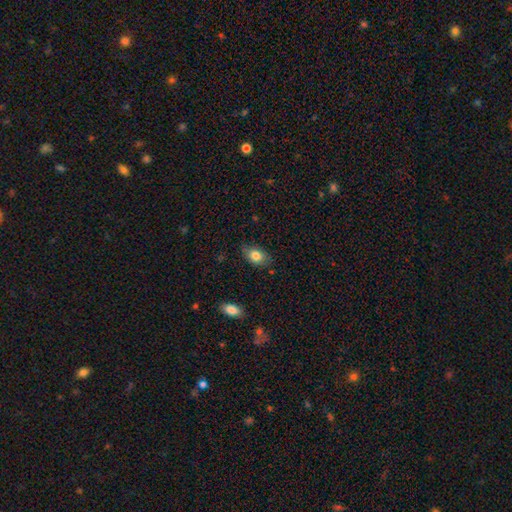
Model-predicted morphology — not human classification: type=smooth (81%); roundness=in between (86%); merging=none (79%).